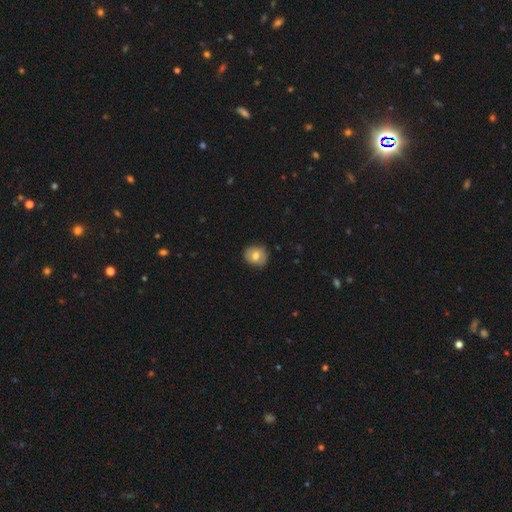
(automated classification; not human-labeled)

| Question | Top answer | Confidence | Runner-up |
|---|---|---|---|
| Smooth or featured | smooth | 71% | featured or disk (21%) |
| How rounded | round | 78% | in between (21%) |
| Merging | none | 84% | minor disturbance (13%) |